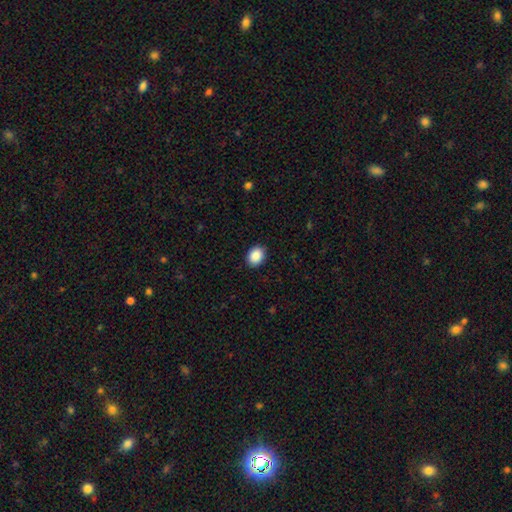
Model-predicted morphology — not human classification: smooth-or-featured: smooth: 89% | star or artifact: 8% | featured or disk: 3%
  how-rounded: in between: 55% | round: 45% | cigar-shaped: 1%
  merging: none: 90% | minor disturbance: 7% | major disturbance: 2% | merger: 1%